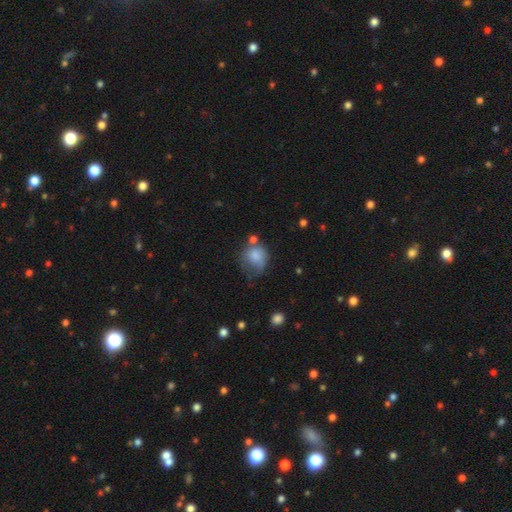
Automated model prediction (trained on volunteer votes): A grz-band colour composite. It shows a smooth galaxy with no disk features (76%) that is round (69%). Merging: none (33%).